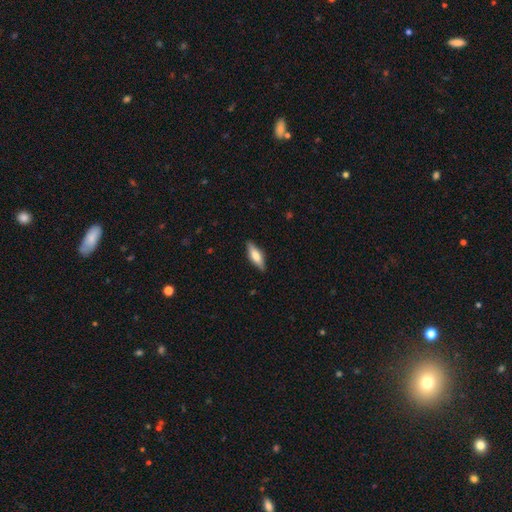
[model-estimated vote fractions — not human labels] Q: Smooth or featured?
A: smooth (60%); runner-up: featured or disk (34%)
Q: How rounded?
A: in between (51%); runner-up: cigar-shaped (47%)
Q: Merging?
A: none (87%); runner-up: minor disturbance (10%)